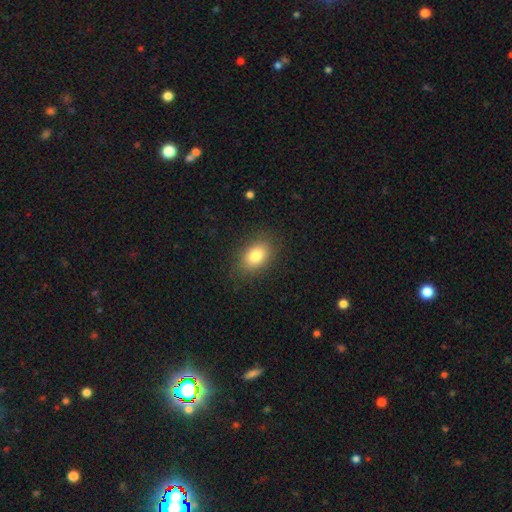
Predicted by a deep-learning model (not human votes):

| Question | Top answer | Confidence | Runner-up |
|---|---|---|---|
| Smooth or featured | smooth | 82% | featured or disk (9%) |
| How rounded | in between | 82% | round (17%) |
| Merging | none | 86% | minor disturbance (10%) |